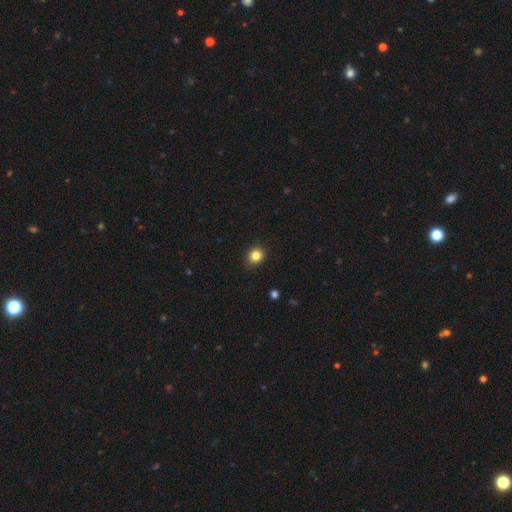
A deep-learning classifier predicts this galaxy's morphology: Overall: smooth (84%). How rounded: round (77%). Merging: none (89%).